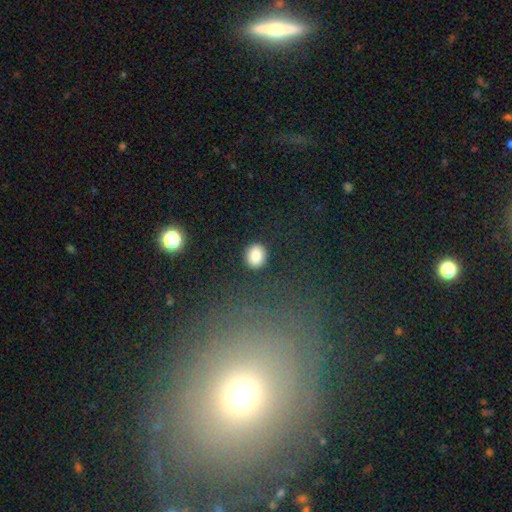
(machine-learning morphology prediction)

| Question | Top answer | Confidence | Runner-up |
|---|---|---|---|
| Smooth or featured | smooth | 85% | star or artifact (9%) |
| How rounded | round | 66% | in between (32%) |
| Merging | none | 88% | minor disturbance (8%) |